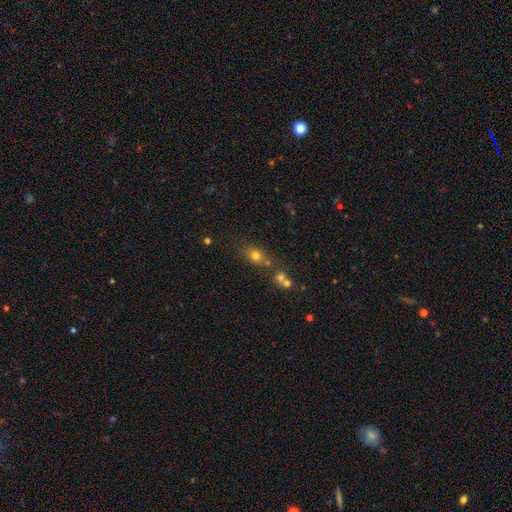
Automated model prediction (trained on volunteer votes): Smooth or featured? Predicted: smooth (p=0.71). How rounded? Predicted: round (p=0.50). Merging? Predicted: none (p=0.58).